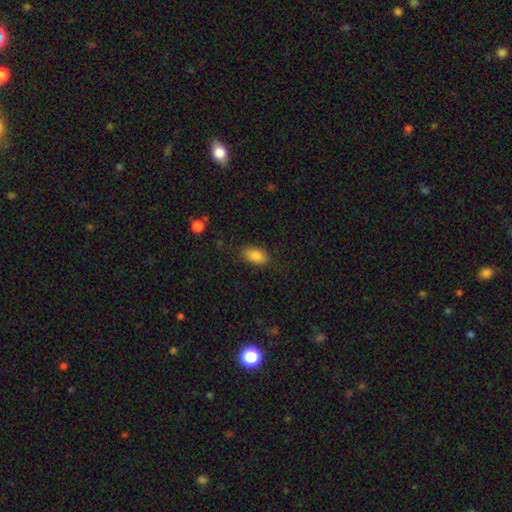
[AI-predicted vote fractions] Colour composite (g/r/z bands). It shows a smooth galaxy with no disk features (85%) that is in between round and cigar-shaped (90%). Merging: none (83%).